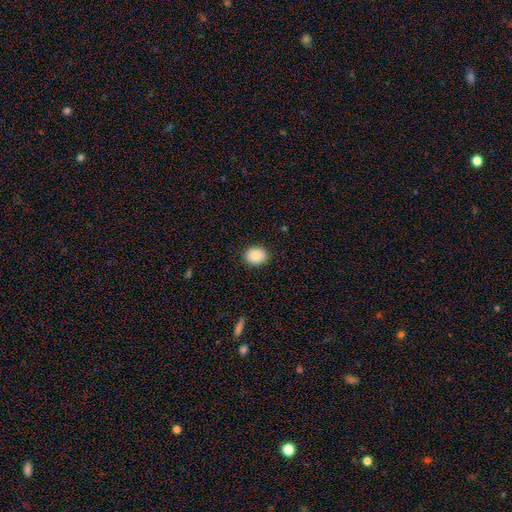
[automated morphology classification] Q: Smooth or featured?
A: smooth (89%); runner-up: star or artifact (8%)
Q: How rounded?
A: in between (50%); runner-up: round (49%)
Q: Merging?
A: none (90%); runner-up: minor disturbance (7%)